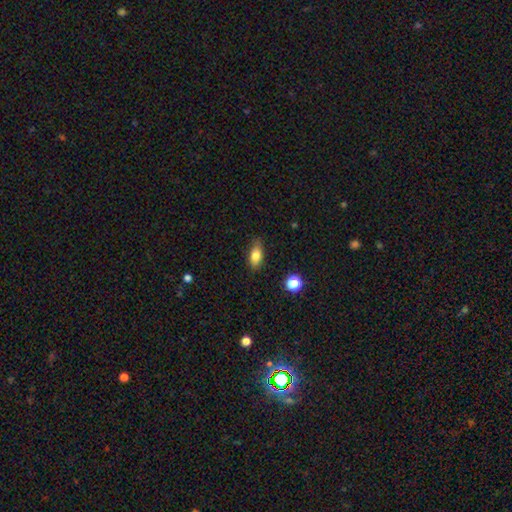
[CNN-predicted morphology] Overall: smooth (81%). How rounded: in between (81%). Merging: none (81%).